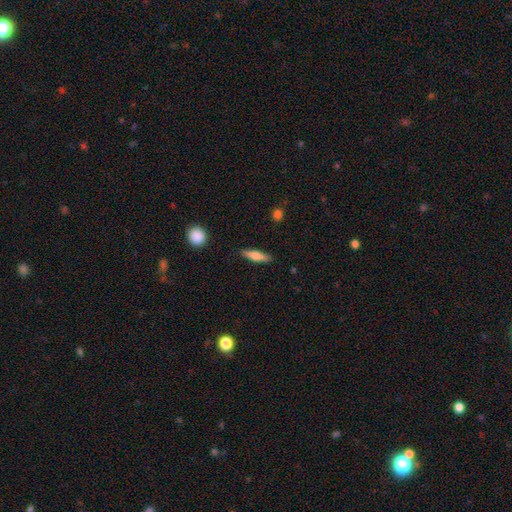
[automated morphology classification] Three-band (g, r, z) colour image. It shows a smooth galaxy with no disk features (64%) that is cigar-shaped (72%). Merging: none (88%).